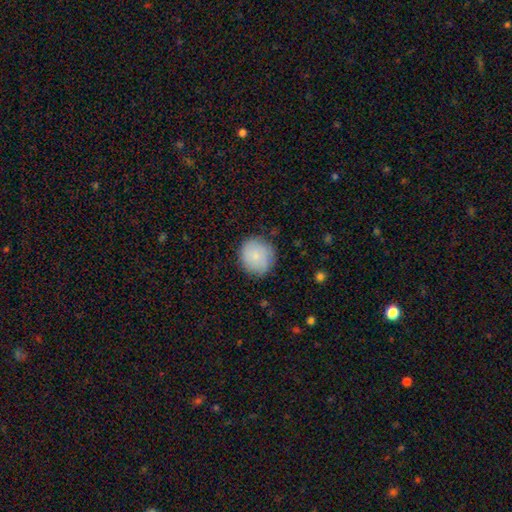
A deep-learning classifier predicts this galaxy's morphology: type=smooth (81%); roundness=round (89%); merging=none (81%).